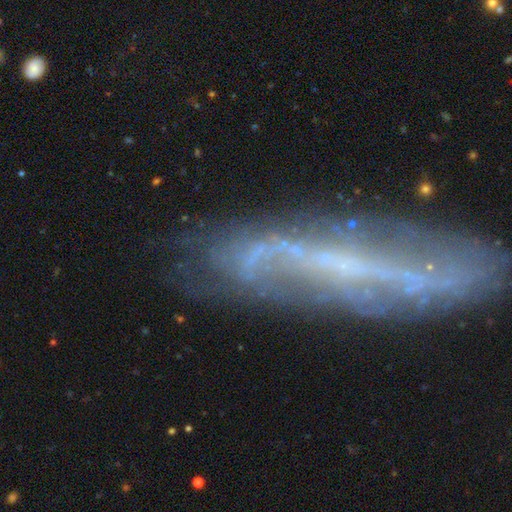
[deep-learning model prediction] featured or disk 62%, smooth 20%, star or artifact 18%. Down the decision tree: edge-on disk — no (82%); bar — no (58%); spiral arms — no (58%); bulge size — none (52%); merging — none (48%).